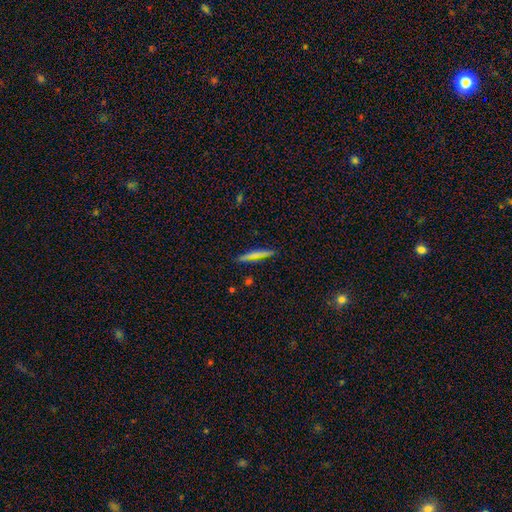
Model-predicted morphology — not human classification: smooth 64%, featured or disk 29%, star or artifact 7%. Down the decision tree: how rounded — cigar-shaped (94%); merging — none (88%).